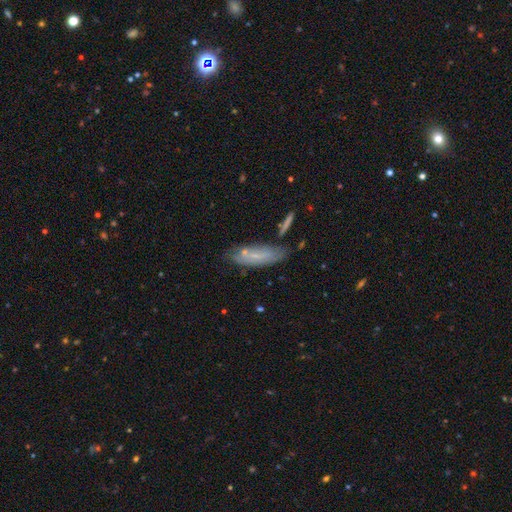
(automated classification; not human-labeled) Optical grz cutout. It shows a smooth galaxy with no disk features (54%) that is in between round and cigar-shaped (51%). Merging: none (65%).